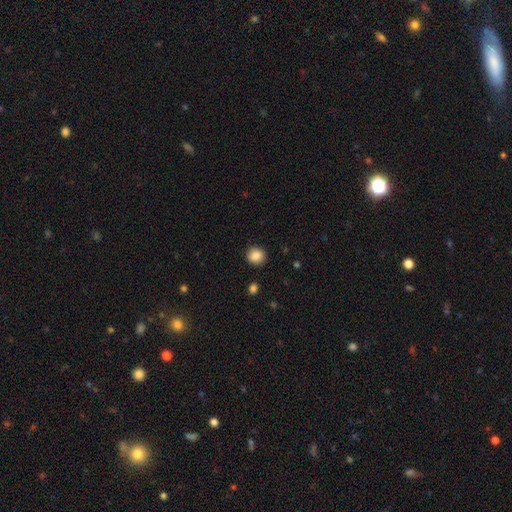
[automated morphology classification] type=smooth (87%); roundness=round (88%); merging=none (91%).